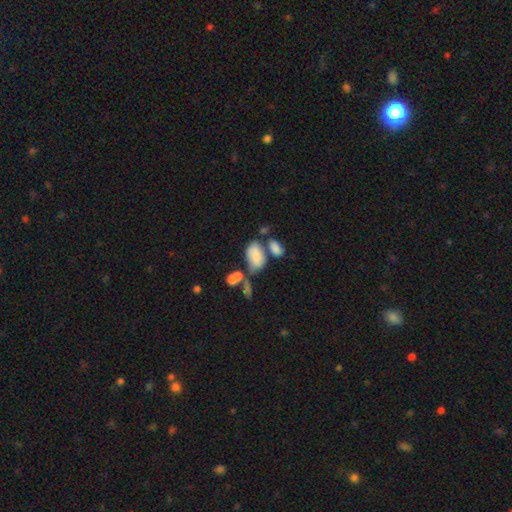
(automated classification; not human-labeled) Overall: smooth (78%). How rounded: in between (93%). Merging: none (39%; merger 35%).